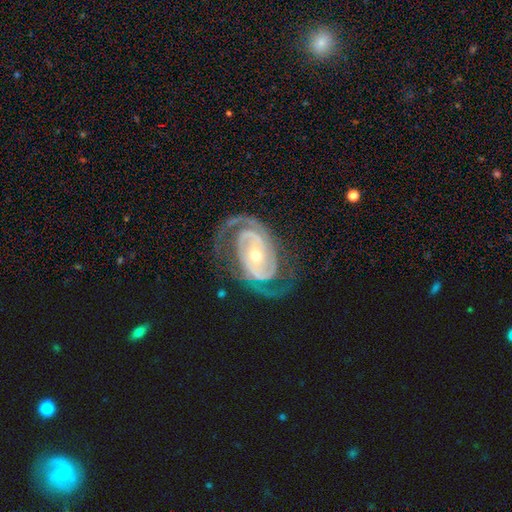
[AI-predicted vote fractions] featured or disk 90%, smooth 5%, star or artifact 4%. Down the decision tree: edge-on disk — no (96%); bar — no (58%); spiral arms — yes (96%); spiral arm count — 2 (77%); spiral winding — tight (56%); bulge size — moderate (55%); merging — none (72%).